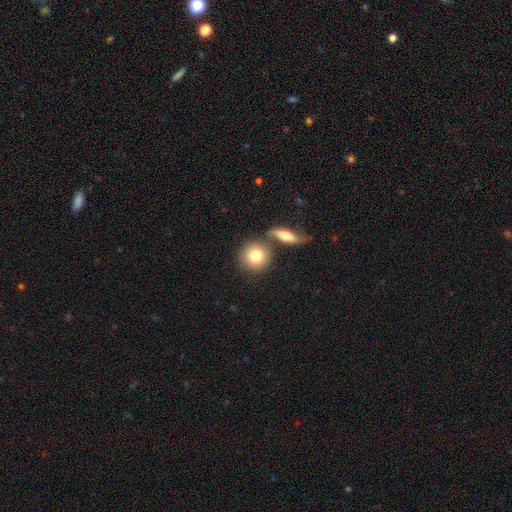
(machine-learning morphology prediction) smooth-or-featured: smooth: 79% | featured or disk: 14% | star or artifact: 7%
  how-rounded: round: 87% | in between: 12% | cigar-shaped: 2%
  merging: none: 61% | merger: 27% | minor disturbance: 9% | major disturbance: 3%